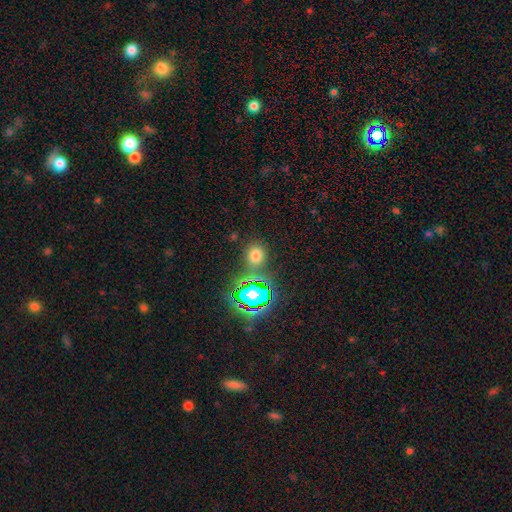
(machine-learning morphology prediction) The model was most divided on "smooth or featured": smooth: 65%, star or artifact: 28%, featured or disk: 8%. More confident: merging — none (78%); how rounded — round (73%).